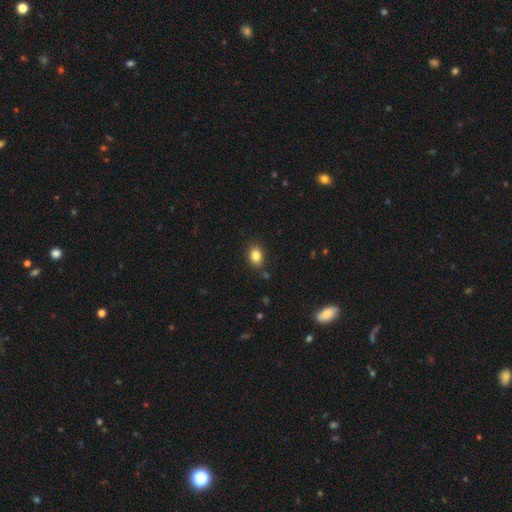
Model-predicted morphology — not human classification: type=smooth (84%); roundness=in between (58%); merging=none (86%).